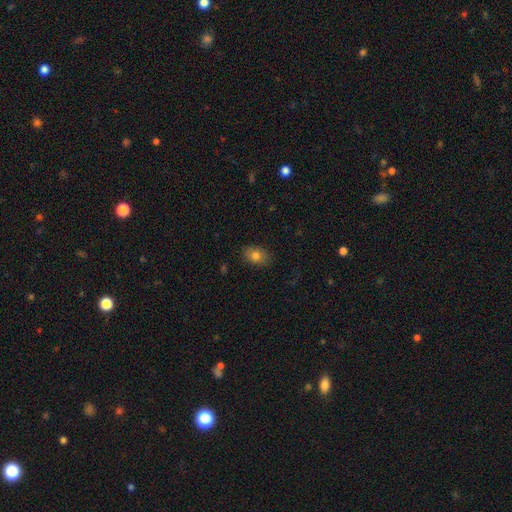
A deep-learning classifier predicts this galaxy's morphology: Smooth or featured: smooth — 79% (featured or disk — 11%)
How rounded: in between — 78% (round — 21%)
Merging: none — 85% (minor disturbance — 11%)